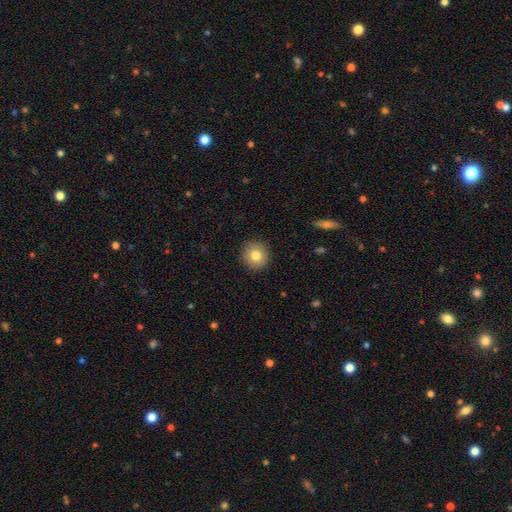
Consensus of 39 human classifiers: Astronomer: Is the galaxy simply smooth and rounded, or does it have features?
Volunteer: smooth — 92%.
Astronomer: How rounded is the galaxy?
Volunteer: round — 97%.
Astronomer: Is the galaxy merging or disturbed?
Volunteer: none — 95%.